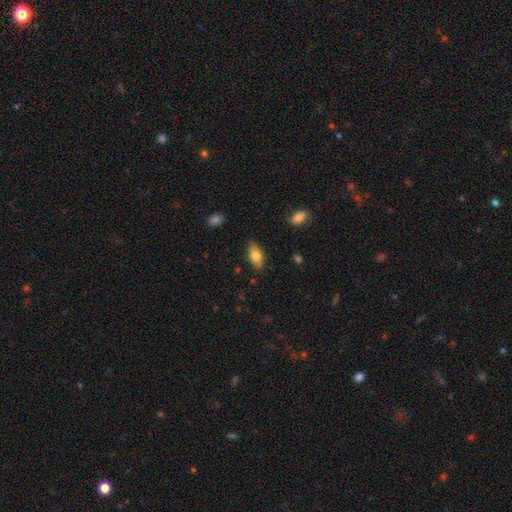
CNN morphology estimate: The model was most divided on "smooth or featured": smooth: 76%, featured or disk: 17%, star or artifact: 7%. More confident: how rounded — in between (86%); merging — none (83%).